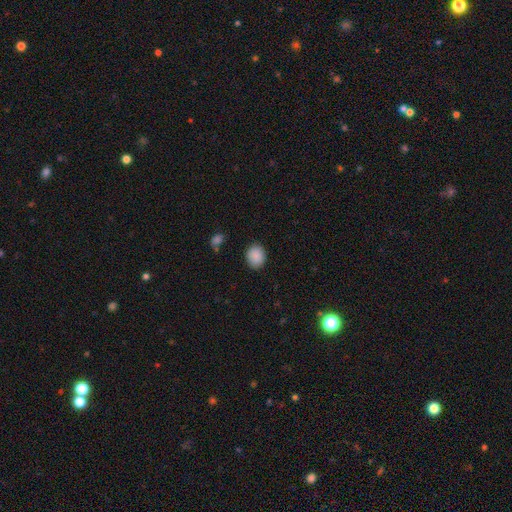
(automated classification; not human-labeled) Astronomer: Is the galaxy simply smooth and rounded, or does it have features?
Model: smooth — 89%.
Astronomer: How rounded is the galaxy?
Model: round — 59% (runner-up: in between, 40%).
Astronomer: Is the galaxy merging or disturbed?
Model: none — 86%.